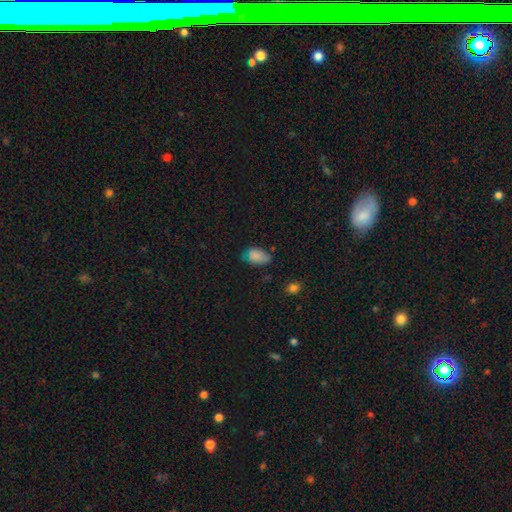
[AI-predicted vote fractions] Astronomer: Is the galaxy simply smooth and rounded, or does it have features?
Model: smooth — 81%.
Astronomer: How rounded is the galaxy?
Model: in between — 91%.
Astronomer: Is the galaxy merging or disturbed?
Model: none — 55% (runner-up: minor disturbance, 33%).